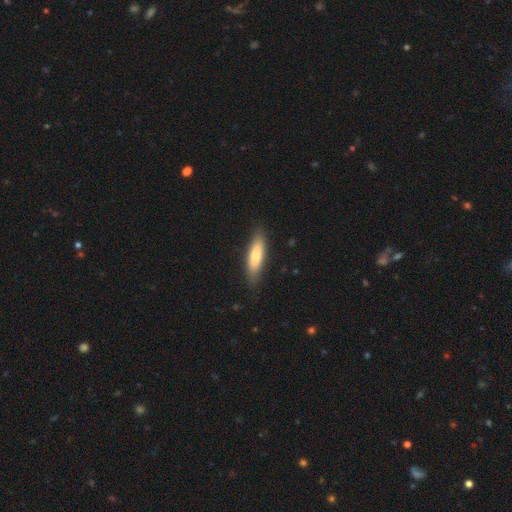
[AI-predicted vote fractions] smooth 78%, featured or disk 16%, star or artifact 5%. Down the decision tree: how rounded — cigar-shaped (61%); merging — none (85%).